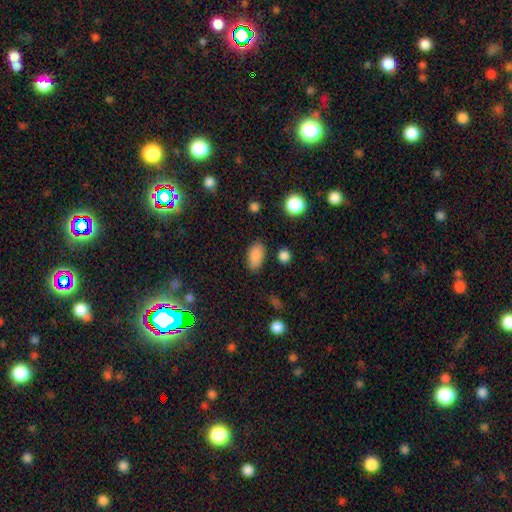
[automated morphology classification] Smooth or featured: smooth — 87% (star or artifact — 9%)
How rounded: in between — 92% (round — 6%)
Merging: none — 84% (minor disturbance — 11%)